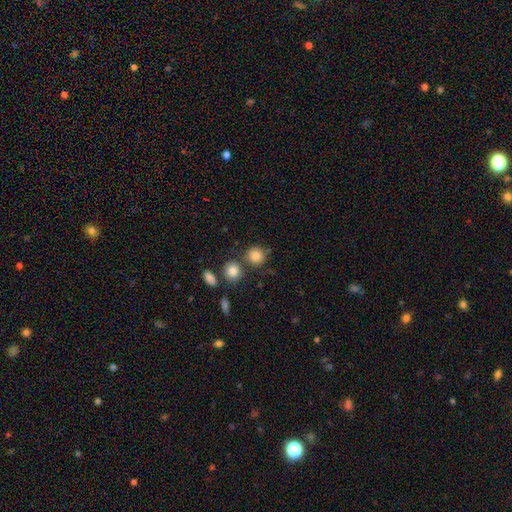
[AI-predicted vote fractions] Overall: smooth (85%). How rounded: round (87%). Merging: none (70%).